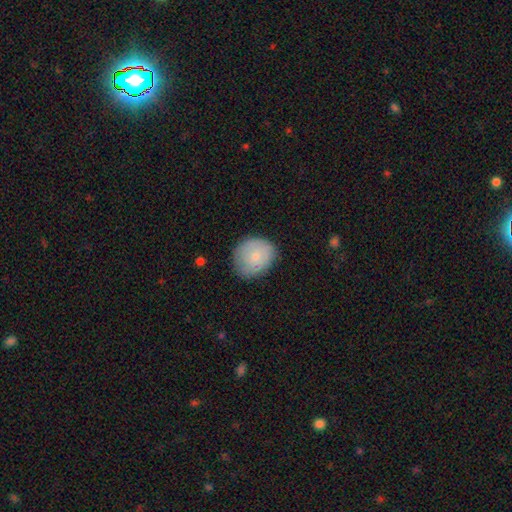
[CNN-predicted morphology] This is likely a smooth galaxy (74%). How rounded: likely round (72%). Merging: likely none (74%).